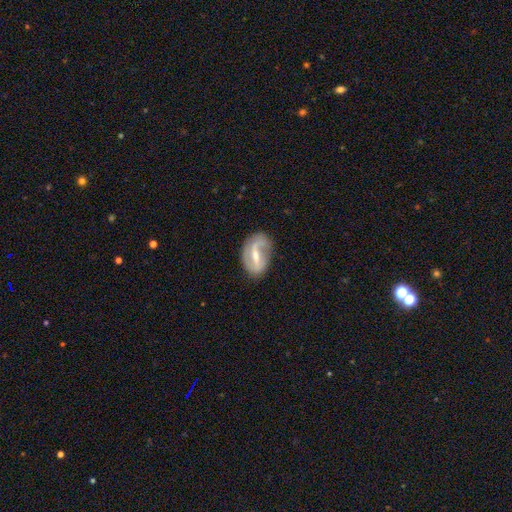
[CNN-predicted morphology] A featured or disk galaxy (75%) with a strong bar (48%), 2 (72%) loose (44%) spiral arms (83%) and a small central bulge (45%, tied with moderate). Merging: none (69%).